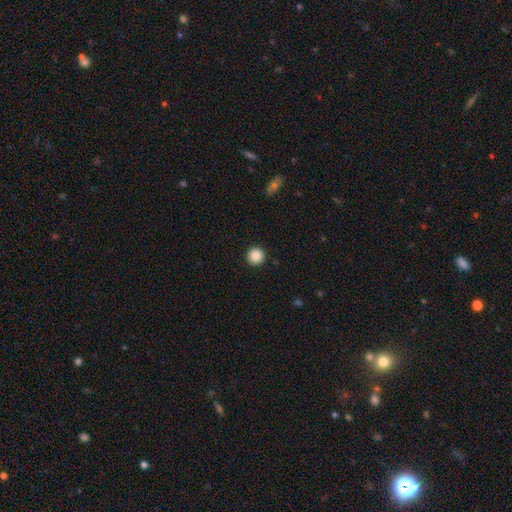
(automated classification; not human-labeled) Q: Smooth or featured?
A: smooth (88%); runner-up: star or artifact (9%)
Q: How rounded?
A: round (96%); runner-up: in between (3%)
Q: Merging?
A: none (93%); runner-up: minor disturbance (4%)